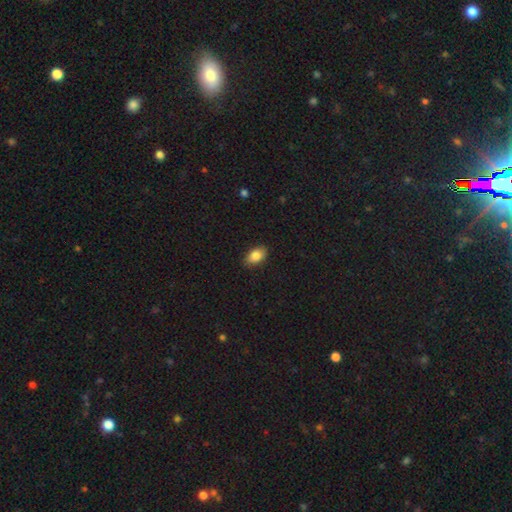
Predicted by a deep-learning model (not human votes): Smooth or featured: smooth — 84% (featured or disk — 8%)
How rounded: in between — 90% (round — 8%)
Merging: none — 87% (minor disturbance — 10%)